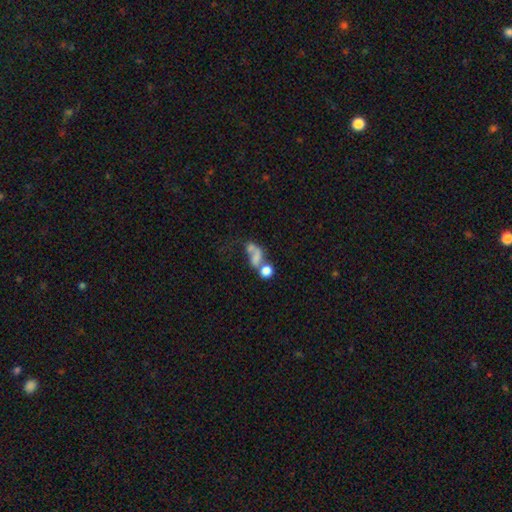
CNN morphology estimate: Q: Smooth or featured?
A: smooth (55%); runner-up: featured or disk (30%)
Q: How rounded?
A: in between (63%); runner-up: round (32%)
Q: Merging?
A: merger (53%); runner-up: major disturbance (23%)